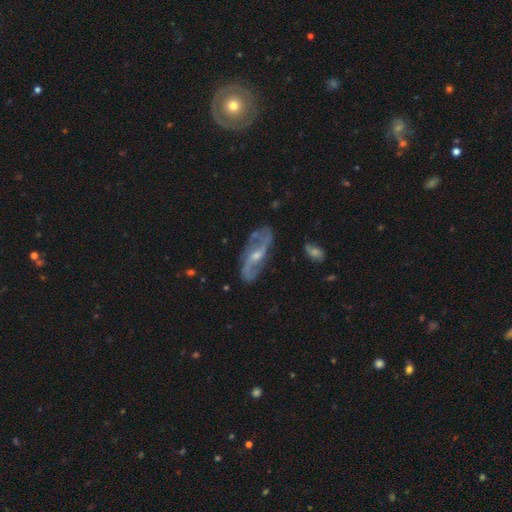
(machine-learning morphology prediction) Smooth or featured?
  - featured or disk: 85% *
  - smooth: 9%
  - star or artifact: 6%
Edge-on disk?
  - no: 89% *
  - yes: 11%
Bar?
  - weak: 44% *
  - no: 34%
  - strong: 22%
Spiral arms?
  - yes: 94% *
  - no: 6%
Spiral winding?
  - loose: 50% *
  - medium: 36%
  - tight: 14%
Spiral arm count?
  - 2: 88% *
  - can't tell: 6%
  - 3: 2%
  - 1: 2%
  - 4: 1%
  - more than 4: 1%
Bulge size?
  - small: 51% *
  - moderate: 44%
  - none: 2%
  - large: 2%
  - dominant: 1%
Merging?
  - none: 76% *
  - minor disturbance: 16%
  - major disturbance: 6%
  - merger: 2%